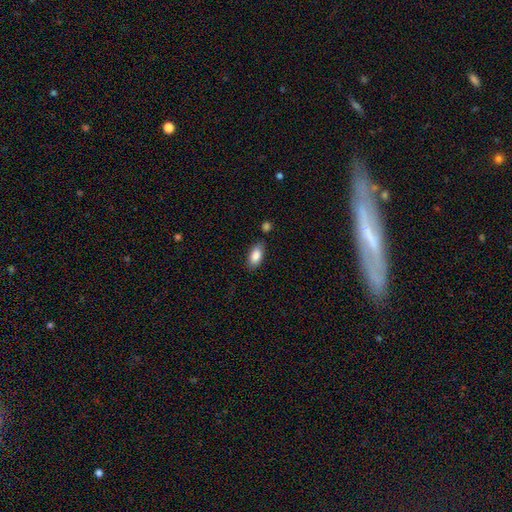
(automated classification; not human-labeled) Smooth or featured?
  - smooth: 86% *
  - featured or disk: 8%
  - star or artifact: 7%
How rounded?
  - in between: 89% *
  - cigar-shaped: 8%
  - round: 3%
Merging?
  - none: 77% *
  - minor disturbance: 14%
  - merger: 6%
  - major disturbance: 3%